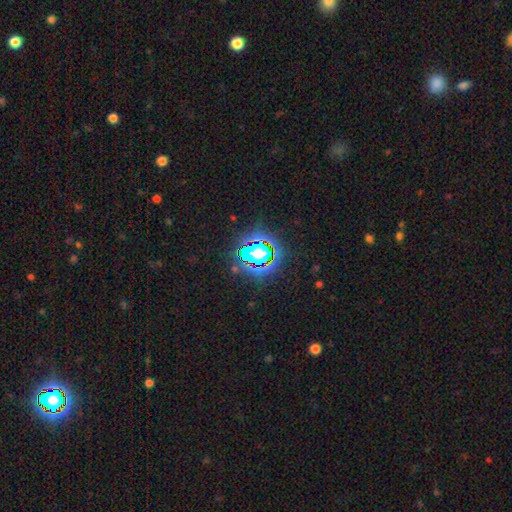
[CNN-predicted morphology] Q: Smooth or featured?
A: star or artifact (63%); runner-up: smooth (24%)